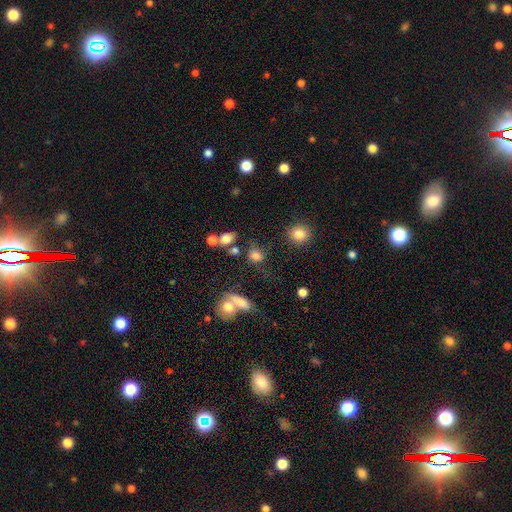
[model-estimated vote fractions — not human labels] Morphology: type=smooth (77%); roundness=round (49%); merging=none (55%).